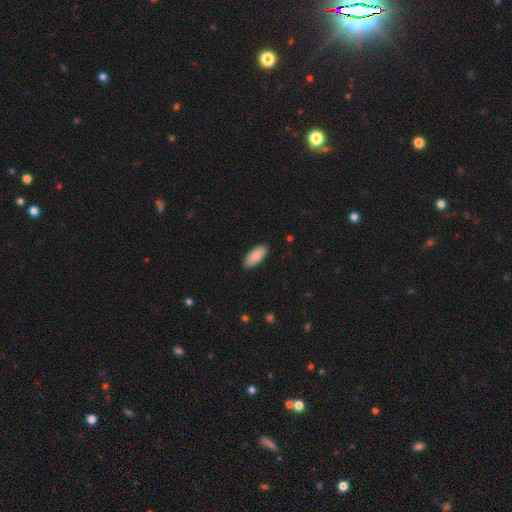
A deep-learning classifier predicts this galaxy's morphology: Overall: smooth (88%). How rounded: in between (86%). Merging: none (89%).